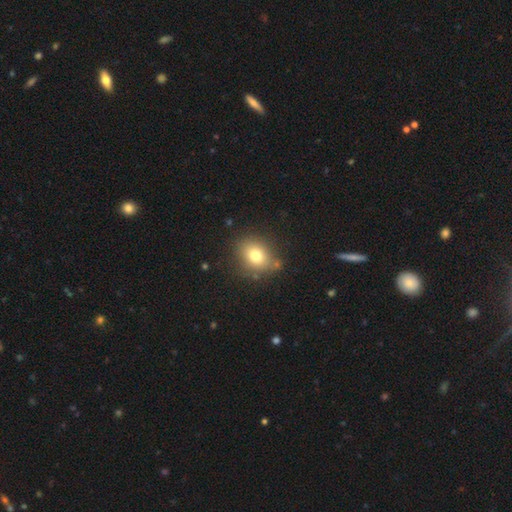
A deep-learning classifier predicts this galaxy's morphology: Smooth or featured? Predicted: smooth (p=0.76). How rounded? Predicted: round (p=0.52). Merging? Predicted: none (p=0.79).